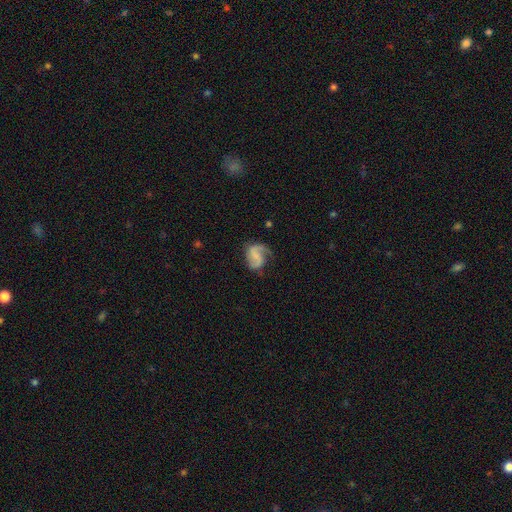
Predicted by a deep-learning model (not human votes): Smooth or featured: featured or disk — 73% (smooth — 20%)
Edge-on disk: no — 98% (yes — 2%)
Bar: no — 46% (weak — 39%)
Spiral arms: yes — 94% (no — 6%)
Spiral winding: loose — 47% (medium — 40%)
Spiral arm count: 2 — 73% (1 — 20%)
Bulge size: none — 57% (small — 29%)
Merging: none — 60% (minor disturbance — 22%)